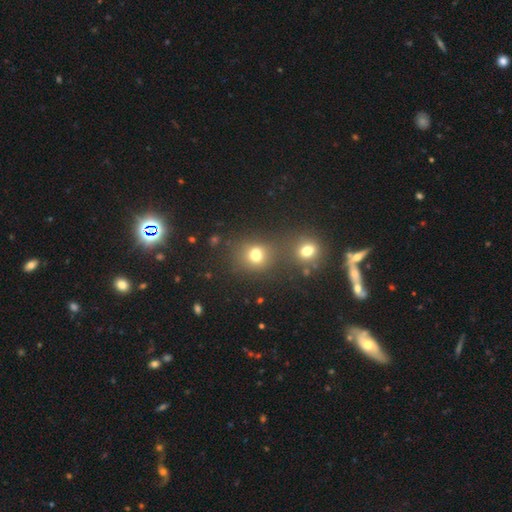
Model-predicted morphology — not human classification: Overall: smooth (72%). How rounded: round (71%). Merging: none (46%; merger 41%).